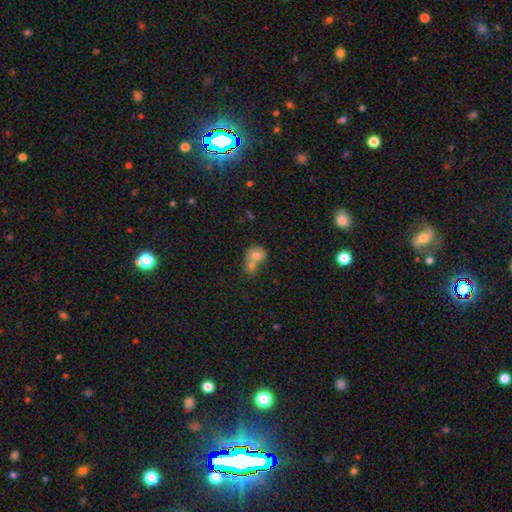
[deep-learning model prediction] Smooth or featured?
  - smooth: 72% *
  - featured or disk: 18%
  - star or artifact: 10%
How rounded?
  - round: 61% *
  - in between: 38%
  - cigar-shaped: 1%
Merging?
  - merger: 68% *
  - none: 22%
  - minor disturbance: 7%
  - major disturbance: 3%